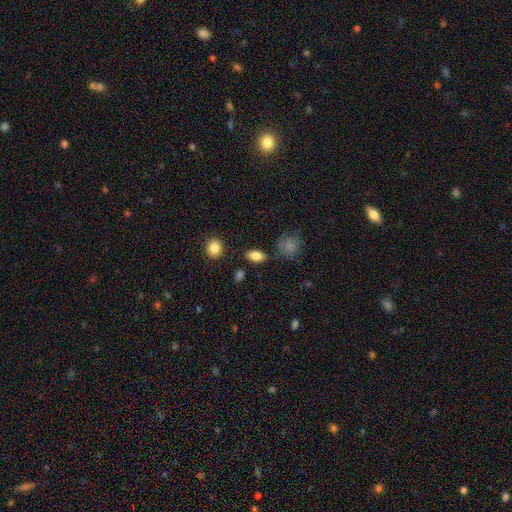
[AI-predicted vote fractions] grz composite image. It shows a smooth galaxy with no disk features (84%) that is in between round and cigar-shaped (87%). Merging: none (83%).